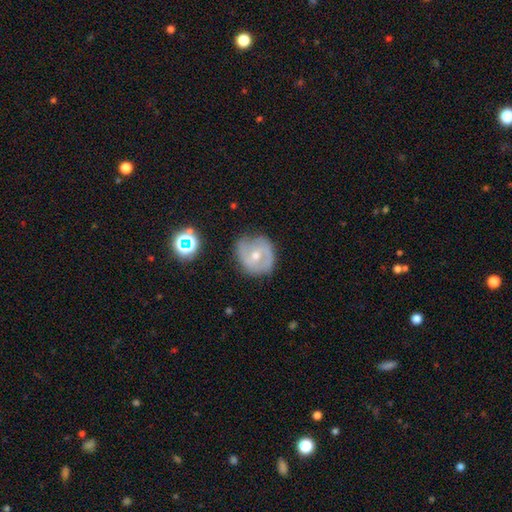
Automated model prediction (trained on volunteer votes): Smooth or featured? Predicted: featured or disk (p=0.61). Edge-on disk? Predicted: no (p=0.97). Bar? Predicted: no (p=0.44). Spiral arms? Predicted: yes (p=0.78). Bulge size? Predicted: moderate (p=0.58). Merging? Predicted: none (p=0.66).